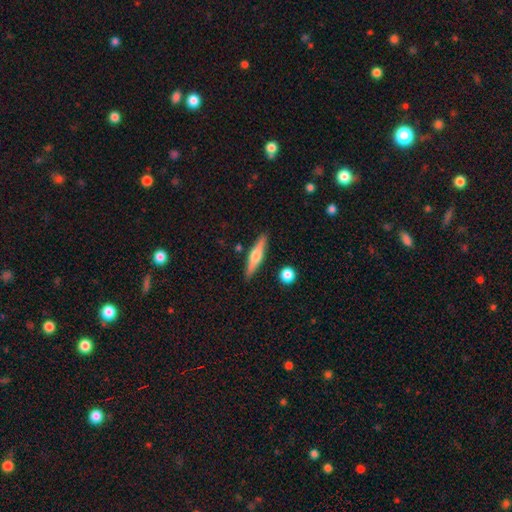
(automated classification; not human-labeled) A featured or disk galaxy (50%) viewed edge-on (95%).

Vote fractions:
- Smooth or featured? featured or disk: 50% / smooth: 44% / star or artifact: 6%
- Edge-on disk? yes: 95% / no: 5%
- Merging? none: 87% / minor disturbance: 9% / merger: 3% / major disturbance: 2%